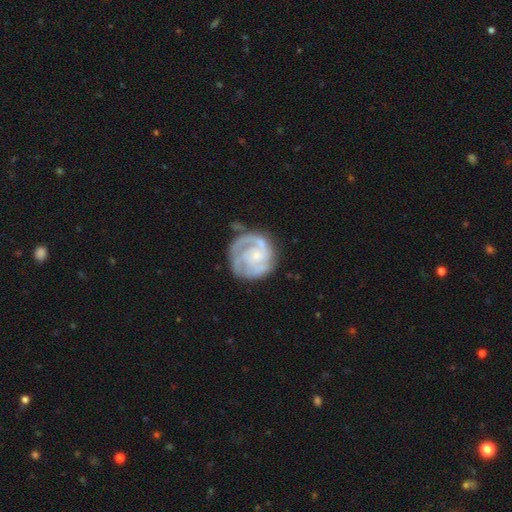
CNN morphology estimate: smooth-or-featured: featured or disk: 83% | smooth: 12% | star or artifact: 5%
  disk-edge-on: no: 98% | yes: 2%
    bar: no: 72% | weak: 23% | strong: 5%
    has-spiral-arms: yes: 94% | no: 6%
      spiral-winding: tight: 60% | medium: 32% | loose: 8%
      spiral-arm-count: 2: 40% | can't tell: 21% | 3: 20% | 1: 11% | 4: 5% | more than 4: 4%
    bulge-size: small: 69% | moderate: 19% | none: 8% | large: 2% | dominant: 1%
  merging: none: 68% | minor disturbance: 19% | major disturbance: 11% | merger: 2%